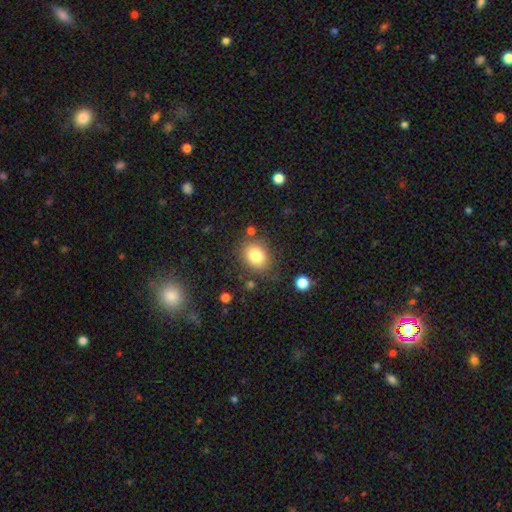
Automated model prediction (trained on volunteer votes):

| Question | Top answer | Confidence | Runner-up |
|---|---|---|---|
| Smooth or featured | smooth | 82% | star or artifact (10%) |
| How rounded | in between | 57% | round (42%) |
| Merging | none | 76% | minor disturbance (14%) |